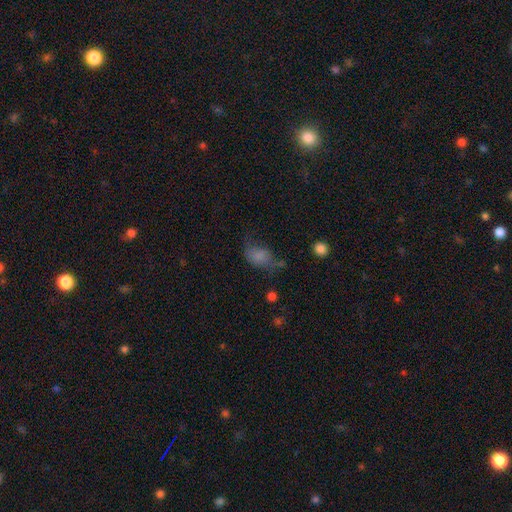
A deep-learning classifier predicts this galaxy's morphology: smooth 58%, star or artifact 22%, featured or disk 20%. Down the decision tree: how rounded — in between (73%); merging — none (39%).